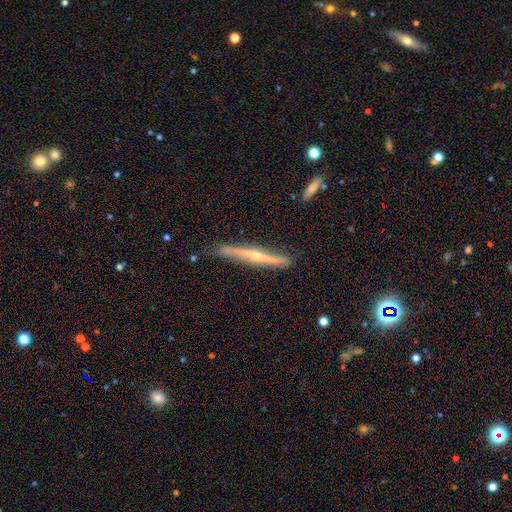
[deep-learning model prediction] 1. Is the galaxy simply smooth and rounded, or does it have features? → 76% featured or disk, 19% smooth, 5% star or artifact.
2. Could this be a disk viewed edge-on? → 92% yes, 8% no.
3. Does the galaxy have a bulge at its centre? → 78% rounded, 18% none, 4% boxy.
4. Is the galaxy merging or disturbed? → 76% none, 19% minor disturbance, 3% major disturbance, 2% merger.